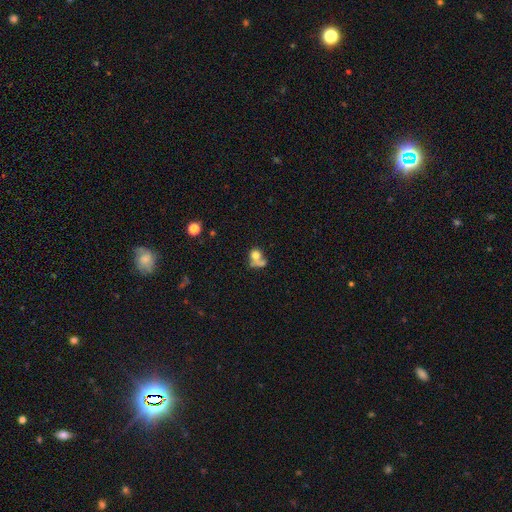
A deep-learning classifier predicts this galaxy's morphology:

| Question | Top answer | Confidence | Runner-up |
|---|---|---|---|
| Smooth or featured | smooth | 68% | featured or disk (20%) |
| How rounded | round | 62% | in between (36%) |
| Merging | merger | 46% | none (26%) |